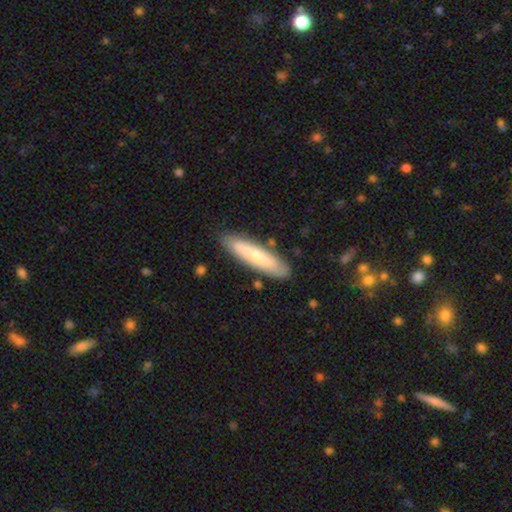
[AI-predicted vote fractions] The model was most divided on "smooth or featured": smooth: 63%, featured or disk: 31%, star or artifact: 6%. More confident: merging — none (85%); how rounded — cigar-shaped (77%).